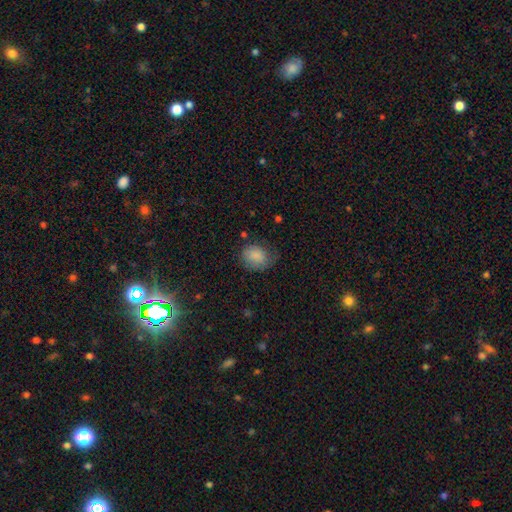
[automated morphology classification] smooth 84%, star or artifact 8%, featured or disk 8%. Down the decision tree: how rounded — in between (51%); merging — none (61%).